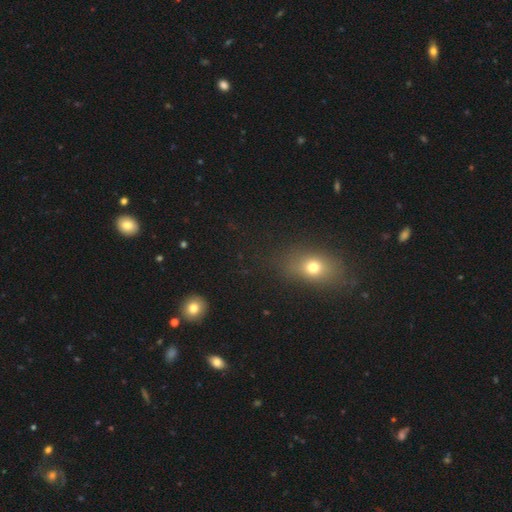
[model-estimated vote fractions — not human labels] This is likely a smooth galaxy (61%). How rounded: likely in between (70%). Merging: clearly none (84%).